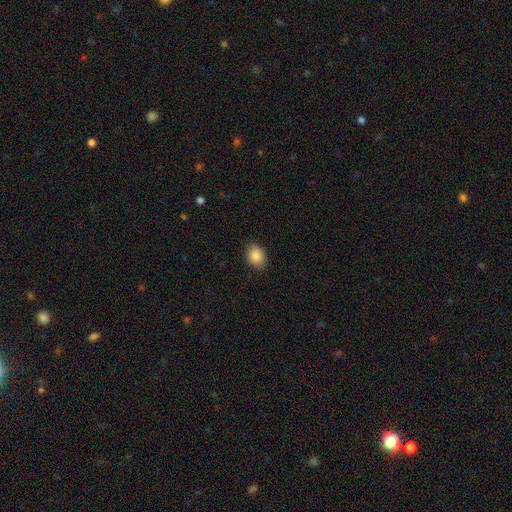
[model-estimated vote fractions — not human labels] Morphology: type=smooth (86%); roundness=in between (67%); merging=none (85%).